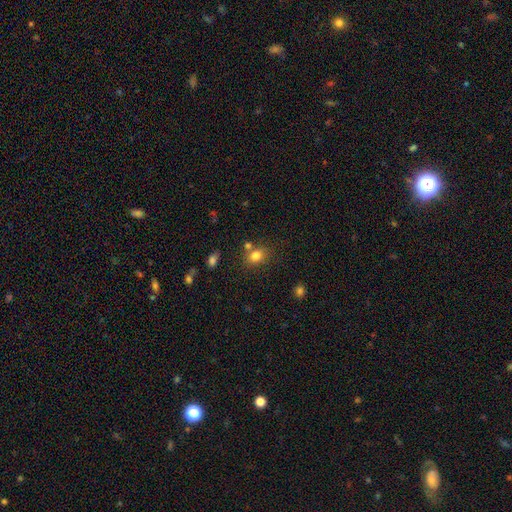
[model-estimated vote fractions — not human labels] Smooth or featured?
  - smooth: 80% *
  - star or artifact: 12%
  - featured or disk: 8%
How rounded?
  - in between: 51% *
  - round: 48%
  - cigar-shaped: 1%
Merging?
  - none: 66% *
  - merger: 16%
  - minor disturbance: 13%
  - major disturbance: 4%